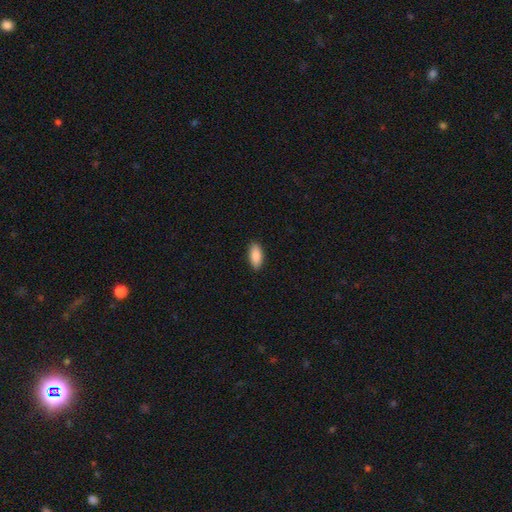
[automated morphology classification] The model was most divided on "how rounded": in between: 88%, cigar-shaped: 9%, round: 2%. More confident: merging — none (90%); smooth or featured — smooth (89%).